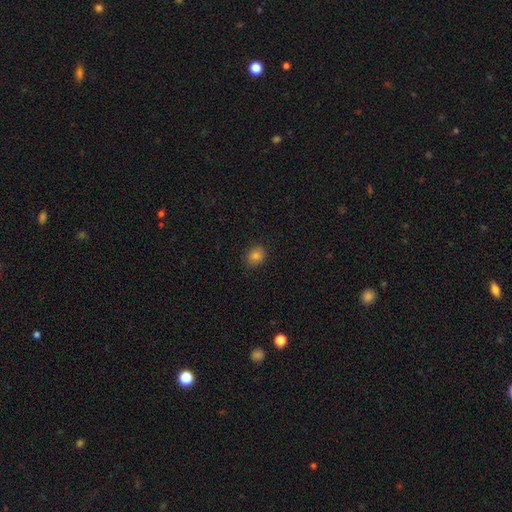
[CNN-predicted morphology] The model was most divided on "how rounded": round: 56%, in between: 43%, cigar-shaped: 1%. More confident: merging — none (86%); smooth or featured — smooth (81%).